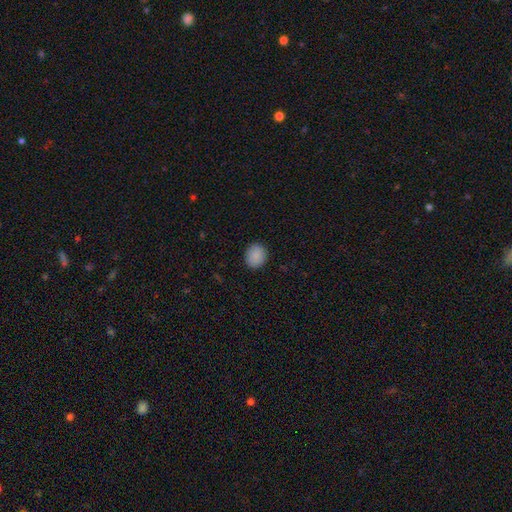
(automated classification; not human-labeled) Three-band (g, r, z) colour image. It shows a smooth galaxy with no disk features (89%) that is round (69%). Merging: none (91%).